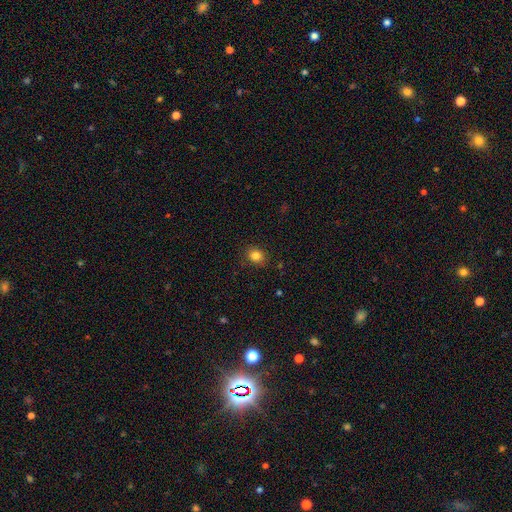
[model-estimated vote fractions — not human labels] smooth 83%, star or artifact 12%, featured or disk 5%. Down the decision tree: how rounded — round (62%); merging — none (86%).